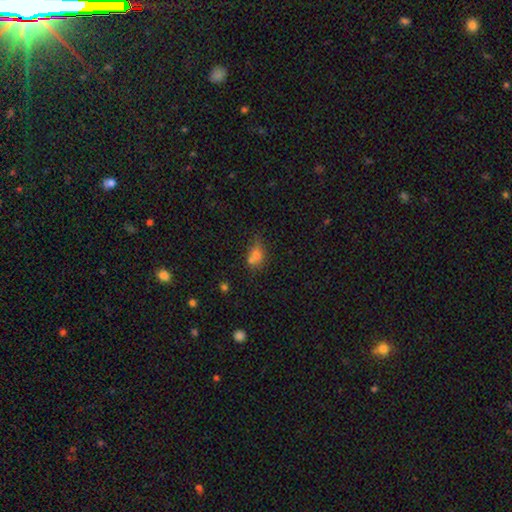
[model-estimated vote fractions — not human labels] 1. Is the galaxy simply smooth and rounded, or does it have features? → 70% smooth, 16% star or artifact, 15% featured or disk.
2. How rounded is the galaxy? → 66% in between, 30% round, 4% cigar-shaped.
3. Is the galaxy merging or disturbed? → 36% none, 34% merger, 20% minor disturbance, 10% major disturbance.